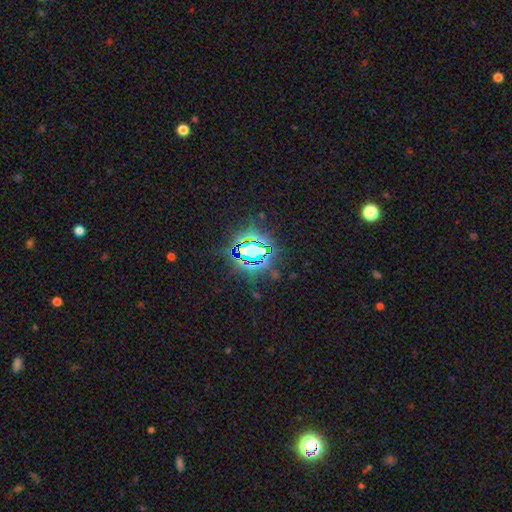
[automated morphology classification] smooth-or-featured: star or artifact: 83% | smooth: 10% | featured or disk: 7%